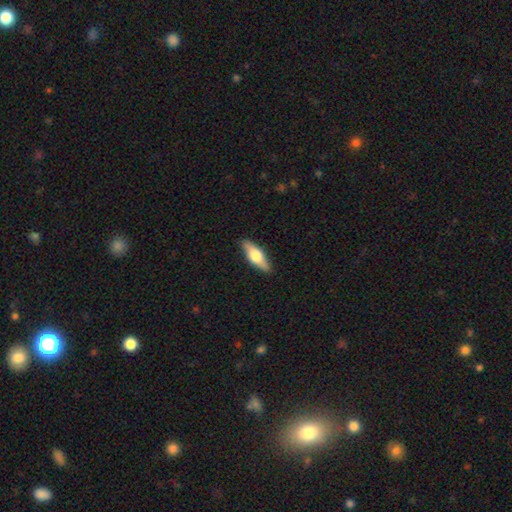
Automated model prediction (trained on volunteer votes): A smooth galaxy with no disk features (54%) that is in between round and cigar-shaped (57%).

Vote fractions:
- Smooth or featured? smooth: 54% / featured or disk: 40% / star or artifact: 5%
- How rounded? in between: 57% / cigar-shaped: 40% / round: 3%
- Merging? none: 88% / minor disturbance: 9% / major disturbance: 2% / merger: 1%